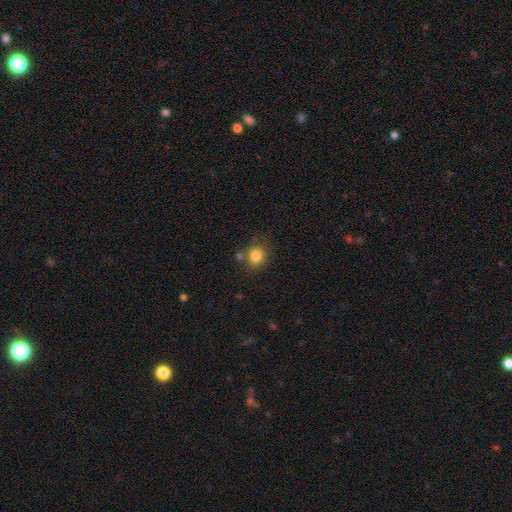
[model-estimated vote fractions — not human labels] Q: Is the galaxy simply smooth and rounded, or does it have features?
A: smooth — 83%.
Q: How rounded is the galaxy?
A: round — 78%.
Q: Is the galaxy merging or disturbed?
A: none — 75%.